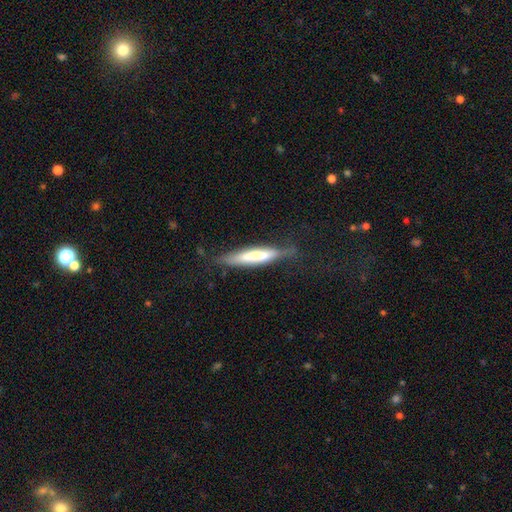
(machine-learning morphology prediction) type=smooth (50%); merging=none (67%).